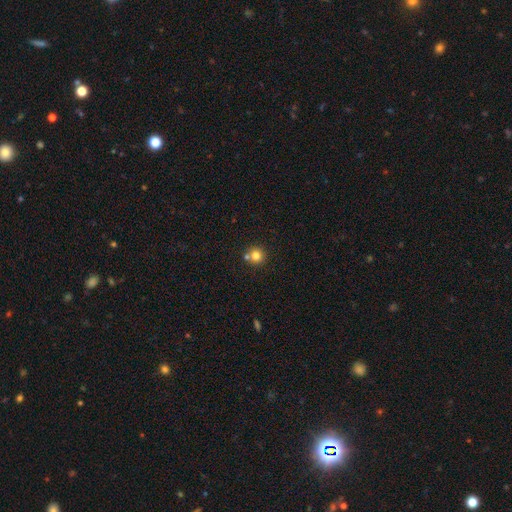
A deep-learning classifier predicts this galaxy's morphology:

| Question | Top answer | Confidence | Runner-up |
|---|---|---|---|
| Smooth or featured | smooth | 80% | star or artifact (12%) |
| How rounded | round | 92% | in between (7%) |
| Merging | none | 66% | merger (24%) |